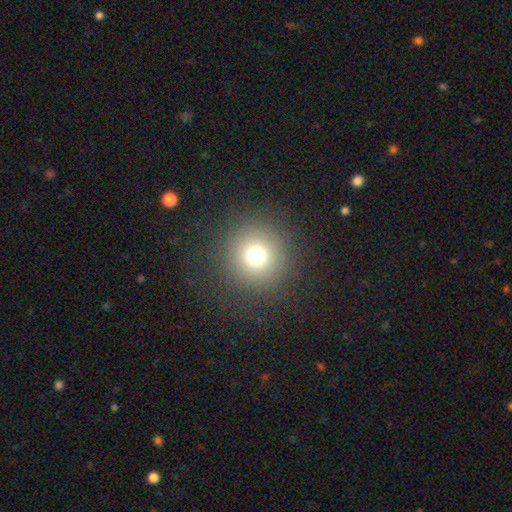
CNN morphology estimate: Q: Smooth or featured?
A: smooth (73%); runner-up: star or artifact (18%)
Q: How rounded?
A: round (95%); runner-up: in between (4%)
Q: Merging?
A: none (89%); runner-up: minor disturbance (6%)